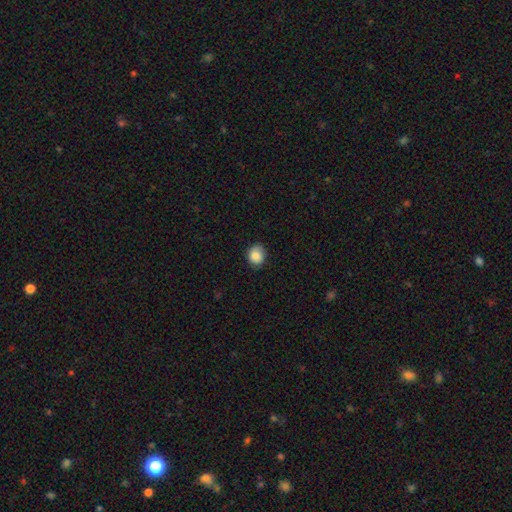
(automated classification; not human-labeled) smooth-or-featured: smooth: 85% | star or artifact: 8% | featured or disk: 7%
  how-rounded: round: 71% | in between: 29% | cigar-shaped: 1%
  merging: none: 75% | minor disturbance: 20% | major disturbance: 4% | merger: 1%